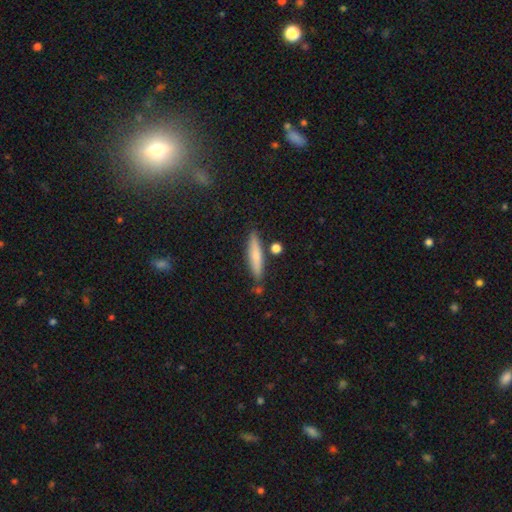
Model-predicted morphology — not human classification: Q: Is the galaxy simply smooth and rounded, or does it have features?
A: smooth — 70%.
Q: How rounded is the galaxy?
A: cigar-shaped — 87%.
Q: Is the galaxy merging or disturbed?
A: none — 82%.